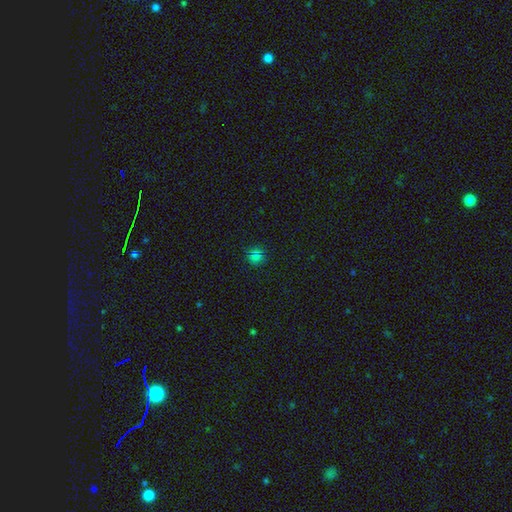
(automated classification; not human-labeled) smooth-or-featured: smooth: 76% | star or artifact: 18% | featured or disk: 6%
  how-rounded: round: 92% | in between: 7% | cigar-shaped: 1%
  merging: none: 87% | minor disturbance: 8% | merger: 3% | major disturbance: 2%